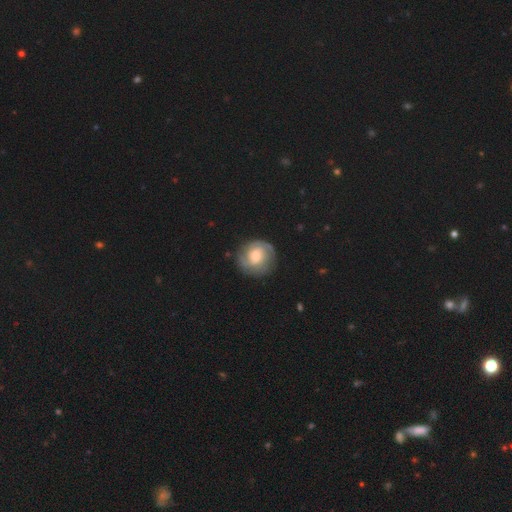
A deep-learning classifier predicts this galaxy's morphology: This appears to be a featured or disk galaxy (70%) with no bar (58%), 2 (54%) tight (57%) spiral arms (92%) and a moderate central bulge (50%). Merging: none (79%).